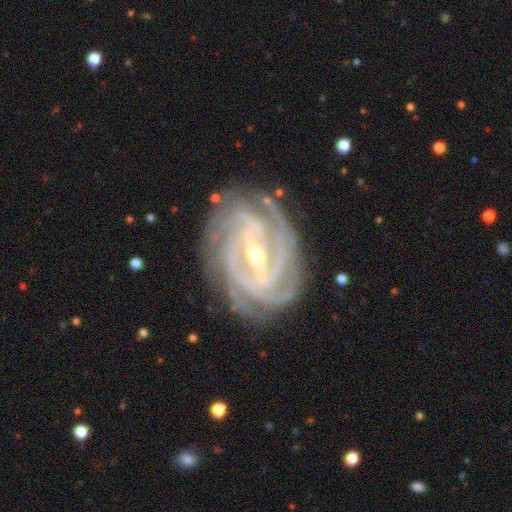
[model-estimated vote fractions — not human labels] The model was most divided on "spiral arm count": 4: 40%, 3: 24%, 2: 11%, can't tell: 11%, more than 4: 10%, 1: 5%. More confident: spiral arms — yes (98%); edge-on disk — no (97%); smooth or featured — featured or disk (93%); merging — none (80%); spiral winding — tight (74%); bulge size — small (68%); bar — strong (65%).